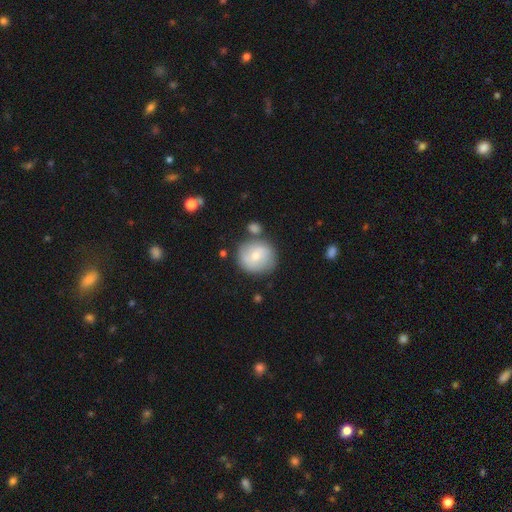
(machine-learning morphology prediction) smooth 57%, featured or disk 35%, star or artifact 8%. Down the decision tree: how rounded — round (88%); merging — none (71%).